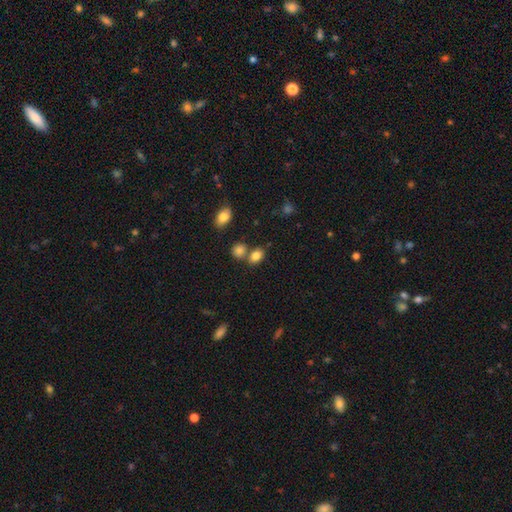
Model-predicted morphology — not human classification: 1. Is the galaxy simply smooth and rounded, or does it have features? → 84% smooth, 10% star or artifact, 7% featured or disk.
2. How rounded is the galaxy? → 79% in between, 19% round, 2% cigar-shaped.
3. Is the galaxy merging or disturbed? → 58% none, 27% merger, 11% minor disturbance, 4% major disturbance.